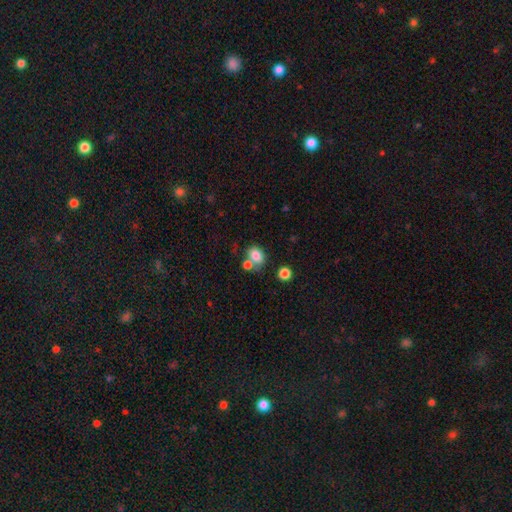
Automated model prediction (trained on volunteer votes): A smooth galaxy with no disk features (80%) that is in between round and cigar-shaped (68%).

Vote fractions:
- Smooth or featured? smooth: 80% / star or artifact: 10% / featured or disk: 10%
- How rounded? in between: 68% / round: 31% / cigar-shaped: 1%
- Merging? none: 51% / merger: 30% / minor disturbance: 14% / major disturbance: 5%